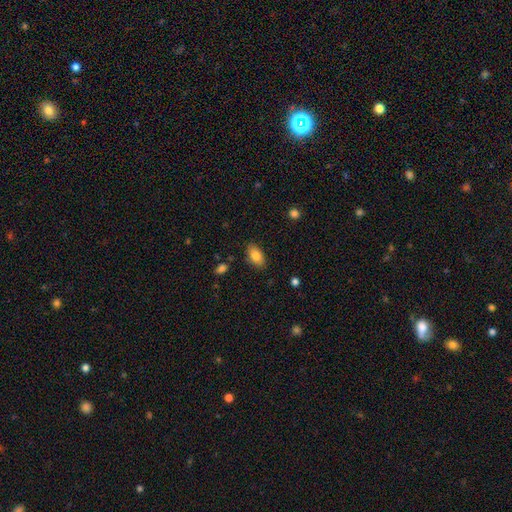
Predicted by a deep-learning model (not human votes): smooth-or-featured: smooth: 82% | featured or disk: 10% | star or artifact: 8%
  how-rounded: in between: 92% | round: 6% | cigar-shaped: 2%
  merging: none: 85% | minor disturbance: 12% | major disturbance: 2% | merger: 1%